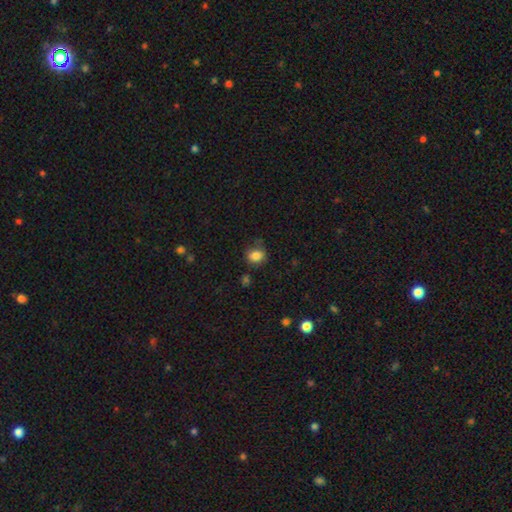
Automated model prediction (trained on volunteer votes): The model was most divided on "how rounded": round: 59%, in between: 40%, cigar-shaped: 1%. More confident: smooth or featured — smooth (84%); merging — none (69%).